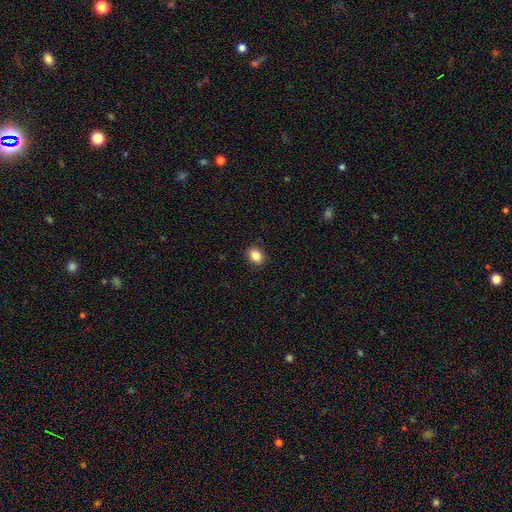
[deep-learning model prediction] A smooth galaxy with no disk features (85%) that is in between round and cigar-shaped (57%).

Vote fractions:
- Smooth or featured? smooth: 85% / star or artifact: 10% / featured or disk: 5%
- How rounded? in between: 57% / round: 42% / cigar-shaped: 1%
- Merging? none: 90% / minor disturbance: 7% / major disturbance: 2% / merger: 1%